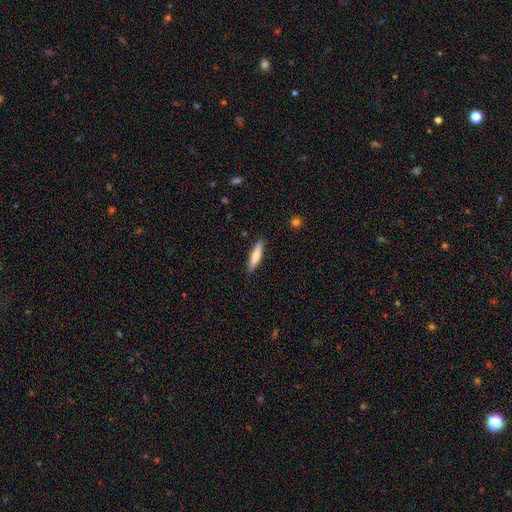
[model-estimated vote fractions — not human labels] Smooth or featured?
  - smooth: 71% *
  - featured or disk: 24%
  - star or artifact: 6%
How rounded?
  - cigar-shaped: 81% *
  - in between: 17%
  - round: 1%
Merging?
  - none: 89% *
  - minor disturbance: 8%
  - major disturbance: 2%
  - merger: 1%